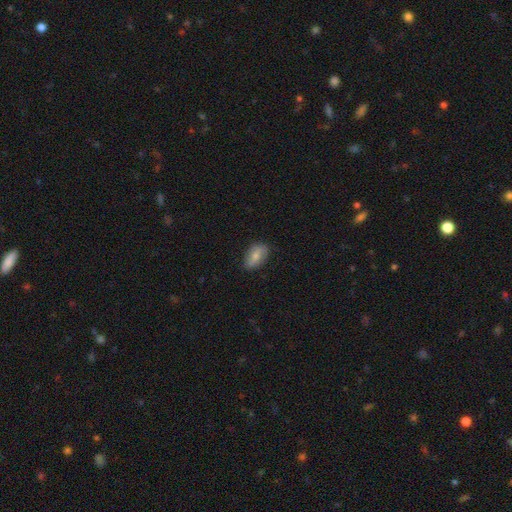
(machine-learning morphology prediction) smooth_or_featured: smooth (p=0.64) [alt: featured or disk p=0.29]
how_rounded: in between (p=0.88) [alt: round p=0.09]
merging: none (p=0.78) [alt: minor disturbance p=0.18]